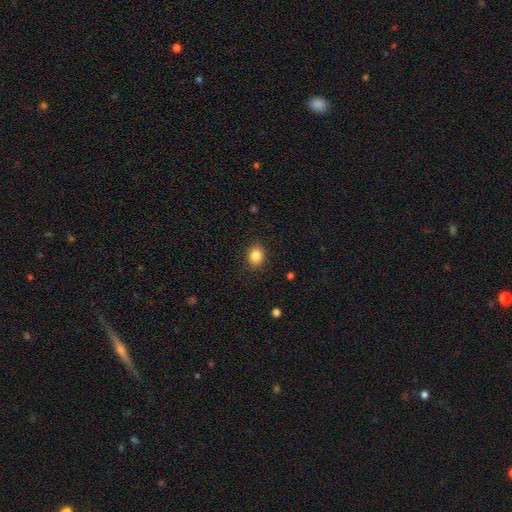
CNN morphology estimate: smooth-or-featured: smooth: 85% | star or artifact: 10% | featured or disk: 5%
  how-rounded: round: 57% | in between: 42% | cigar-shaped: 1%
  merging: none: 89% | minor disturbance: 8% | major disturbance: 2% | merger: 1%